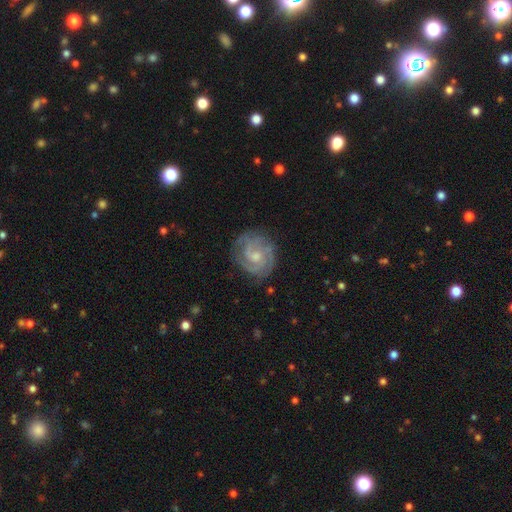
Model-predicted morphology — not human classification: smooth-or-featured: featured or disk: 83% | smooth: 11% | star or artifact: 6%
  disk-edge-on: no: 98% | yes: 2%
    bar: no: 60% | weak: 35% | strong: 5%
    has-spiral-arms: yes: 95% | no: 5%
      spiral-winding: tight: 57% | medium: 35% | loose: 7%
      spiral-arm-count: 2: 36% | 3: 30% | can't tell: 20% | 4: 6% | 1: 4% | more than 4: 4%
    bulge-size: moderate: 49% | small: 42% | none: 5% | large: 3% | dominant: 1%
  merging: none: 76% | minor disturbance: 16% | major disturbance: 6% | merger: 1%